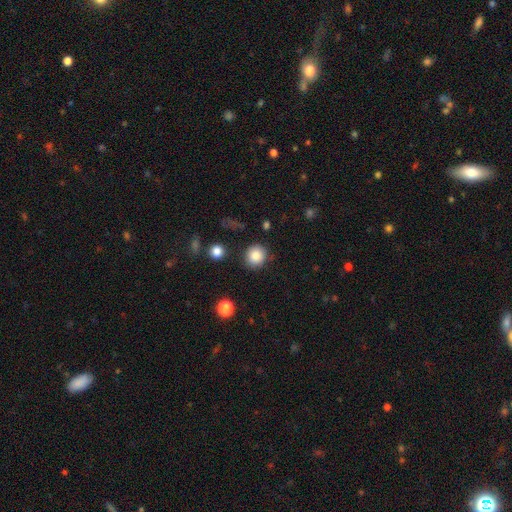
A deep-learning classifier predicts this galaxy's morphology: This appears to be a smooth galaxy with no disk features (83%) that is round (88%). Merging: none (86%).